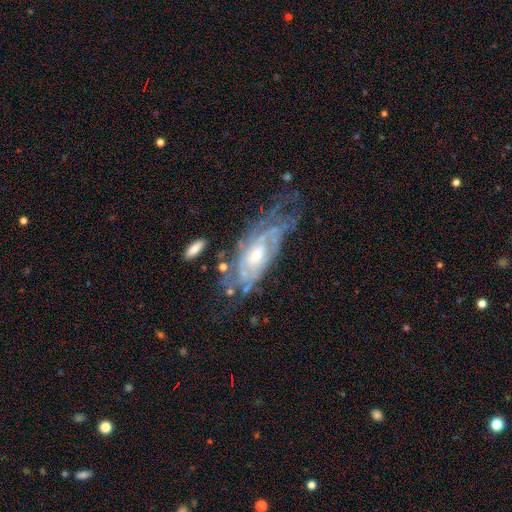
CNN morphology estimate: A featured or disk galaxy (83%) with no bar (66%), tight (65%) spiral arms (90%) and a small central bulge (55%).

Vote fractions:
- Smooth or featured? featured or disk: 83% / smooth: 10% / star or artifact: 7%
- Edge-on disk? no: 89% / yes: 11%
- Bar? no: 66% / weak: 27% / strong: 7%
- Spiral arms? yes: 90% / no: 10%
- Spiral winding? tight: 65% / medium: 27% / loose: 8%
- Spiral arm count? can't tell: 55% / 2: 16% / 3: 11% / 4: 8% / more than 4: 5% / 1: 4%
- Bulge size? small: 55% / moderate: 40% / large: 2% / none: 1% / dominant: 1%
- Merging? none: 51% / minor disturbance: 26% / major disturbance: 19% / merger: 4%